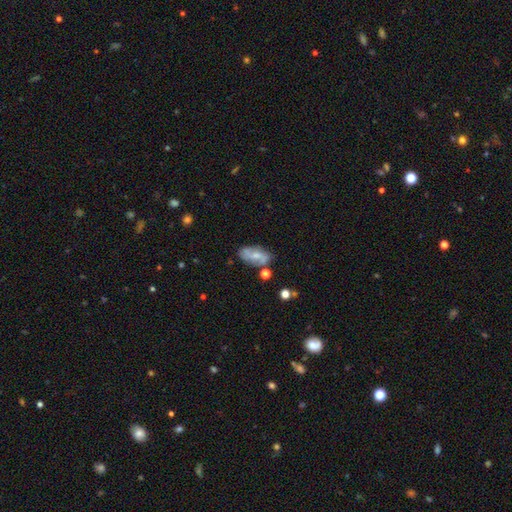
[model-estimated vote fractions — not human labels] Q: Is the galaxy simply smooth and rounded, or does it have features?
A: featured or disk — 57%.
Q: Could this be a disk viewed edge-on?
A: no — 92%.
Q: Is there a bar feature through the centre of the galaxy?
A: no — 45%.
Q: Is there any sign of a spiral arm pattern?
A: yes — 83%.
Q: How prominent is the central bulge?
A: small — 48%.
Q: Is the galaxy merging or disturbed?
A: none — 69%.